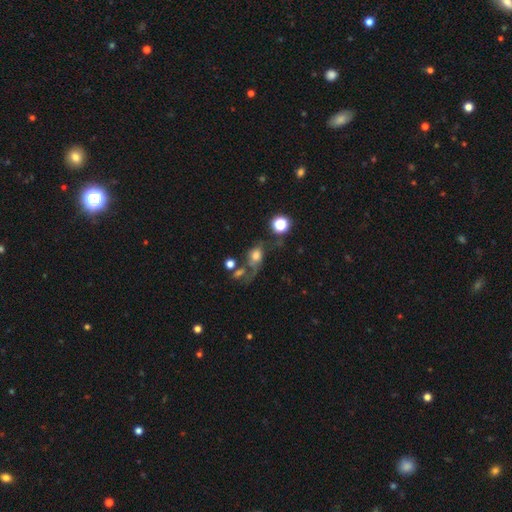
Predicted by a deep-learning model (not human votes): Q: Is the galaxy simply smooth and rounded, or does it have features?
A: smooth — 59%.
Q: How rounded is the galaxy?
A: in between — 58%.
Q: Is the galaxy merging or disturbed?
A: major disturbance — 38%.